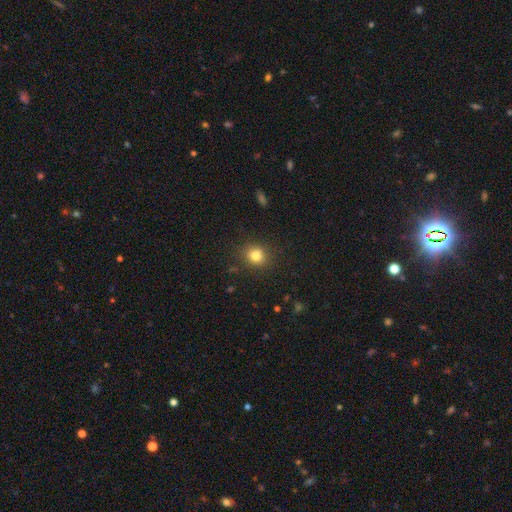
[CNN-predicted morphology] Q: Smooth or featured?
A: smooth (81%); runner-up: star or artifact (13%)
Q: How rounded?
A: round (78%); runner-up: in between (21%)
Q: Merging?
A: none (86%); runner-up: minor disturbance (10%)